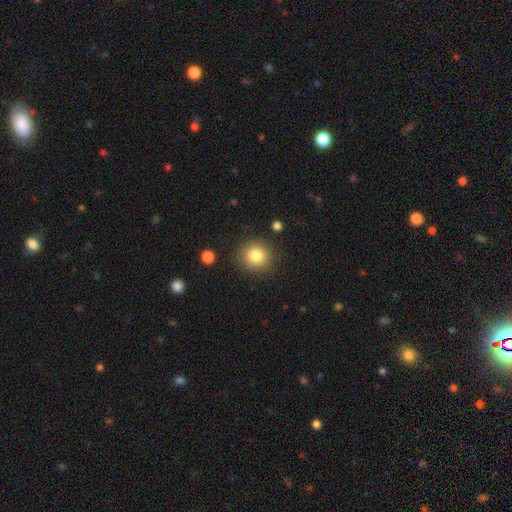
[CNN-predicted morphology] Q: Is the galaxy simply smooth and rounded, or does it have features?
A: smooth — 83%.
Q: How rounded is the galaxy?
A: round — 87%.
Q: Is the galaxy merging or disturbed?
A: none — 87%.